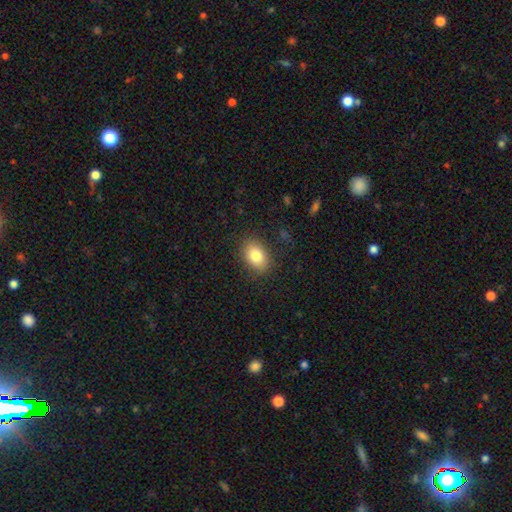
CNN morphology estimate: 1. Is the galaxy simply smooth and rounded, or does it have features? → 82% smooth, 10% featured or disk, 8% star or artifact.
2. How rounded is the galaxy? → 81% in between, 18% round, 1% cigar-shaped.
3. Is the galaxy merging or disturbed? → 85% none, 11% minor disturbance, 3% major disturbance, 1% merger.